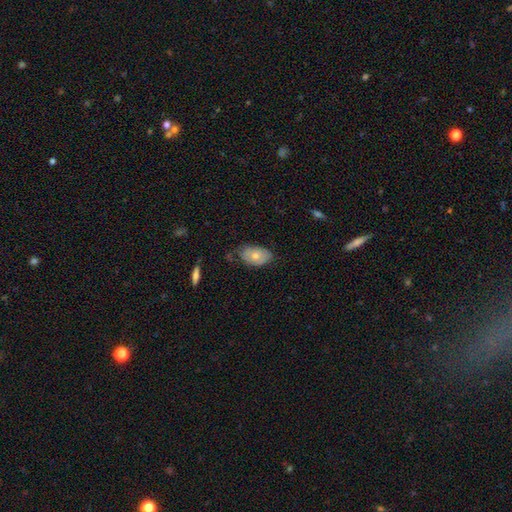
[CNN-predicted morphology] A smooth galaxy with no disk features (70%) that is in between round and cigar-shaped (90%). Merging: none (63%).